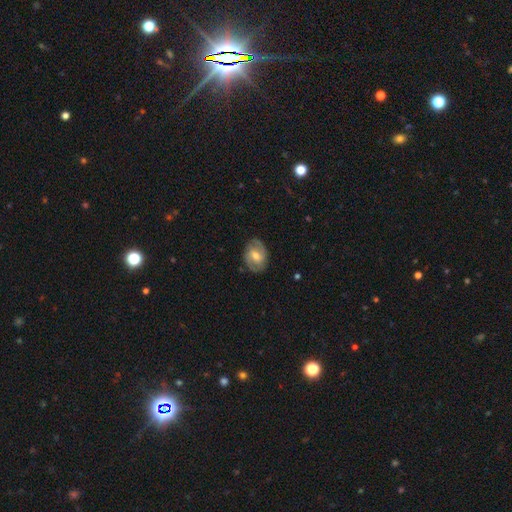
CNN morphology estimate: A featured or disk galaxy (69%) with a weak bar (52%), 2 (83%) medium (45%) spiral arms (87%) and a moderate central bulge (63%). Merging: none (81%).